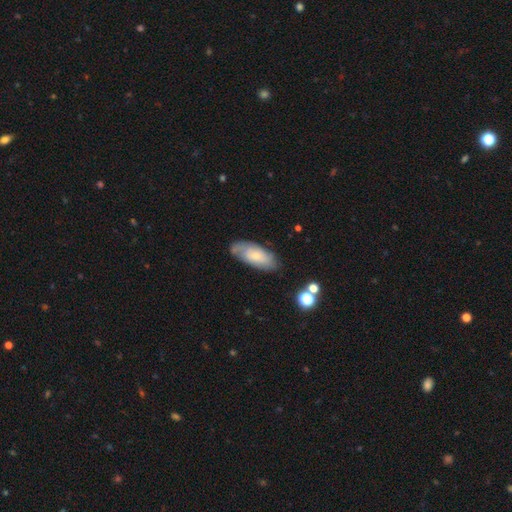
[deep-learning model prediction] A smooth galaxy with no disk features (59%) that is in between round and cigar-shaped (82%).

Vote fractions:
- Smooth or featured? smooth: 59% / featured or disk: 34% / star or artifact: 7%
- How rounded? in between: 82% / cigar-shaped: 16% / round: 2%
- Merging? none: 71% / minor disturbance: 21% / major disturbance: 5% / merger: 3%